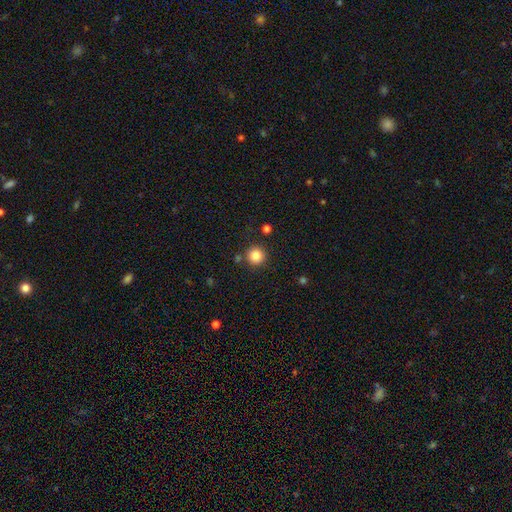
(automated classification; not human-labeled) Smooth or featured? smooth (85%)
How rounded? round (95%)
Merging? none (87%)